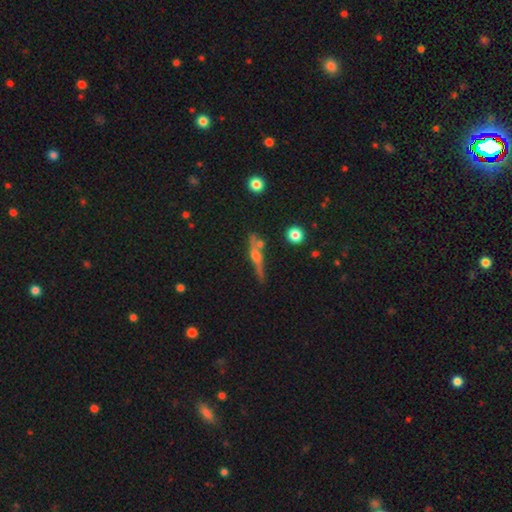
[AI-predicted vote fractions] Morphology: type=featured or disk (63%); edge-on=yes (91%); edge-on bulge=rounded (79%); merging=none (63%).